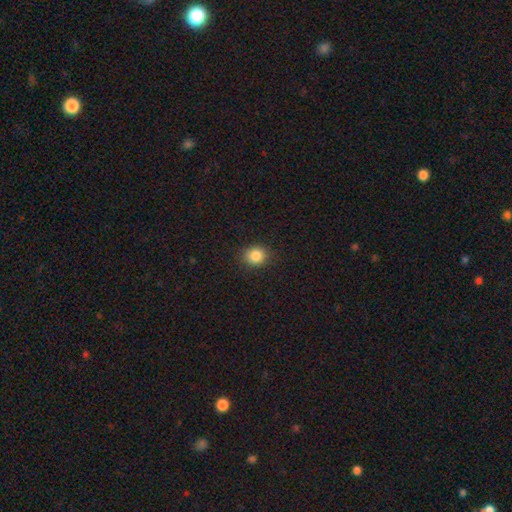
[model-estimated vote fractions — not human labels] This appears to be a smooth galaxy with no disk features (85%) that is round (72%). Merging: none (88%).